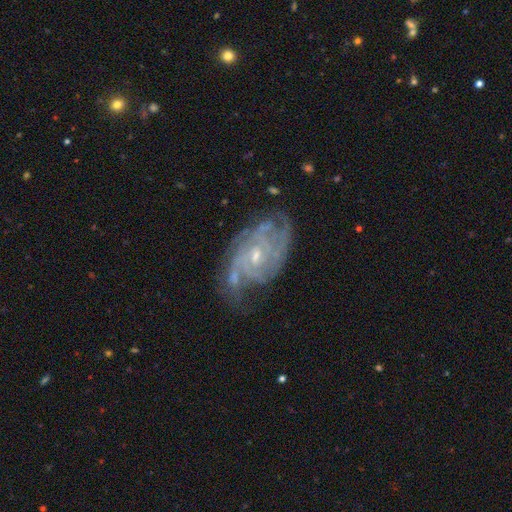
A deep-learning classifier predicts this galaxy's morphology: Smooth or featured: featured or disk — 87% (smooth — 7%)
Edge-on disk: no — 96% (yes — 4%)
Bar: no — 59% (weak — 34%)
Spiral arms: yes — 95% (no — 5%)
Spiral winding: tight — 57% (medium — 34%)
Spiral arm count: can't tell — 30% (3 — 21%)
Bulge size: small — 65% (moderate — 31%)
Merging: none — 59% (minor disturbance — 24%)